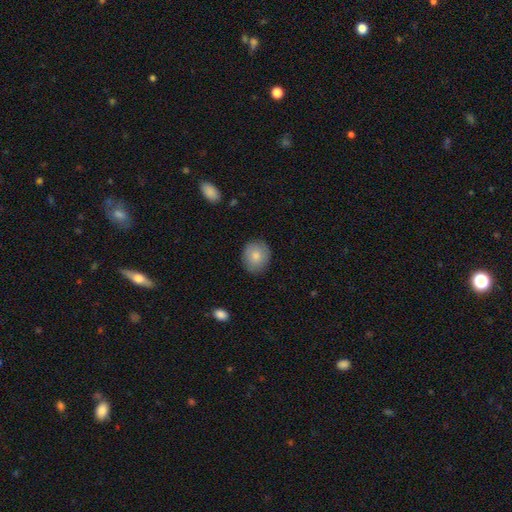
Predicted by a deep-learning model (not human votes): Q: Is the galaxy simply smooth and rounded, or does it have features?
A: smooth — 82%.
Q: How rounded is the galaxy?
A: round — 72%.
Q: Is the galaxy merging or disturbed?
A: none — 86%.